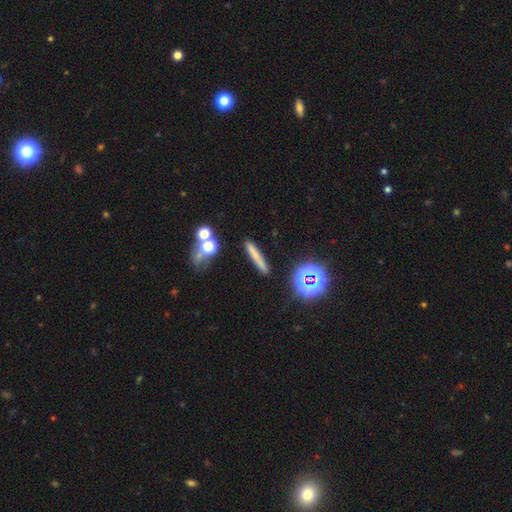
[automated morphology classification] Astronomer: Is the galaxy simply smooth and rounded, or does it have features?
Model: smooth — 65%.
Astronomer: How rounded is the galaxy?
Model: cigar-shaped — 89%.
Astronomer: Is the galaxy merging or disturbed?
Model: none — 85%.